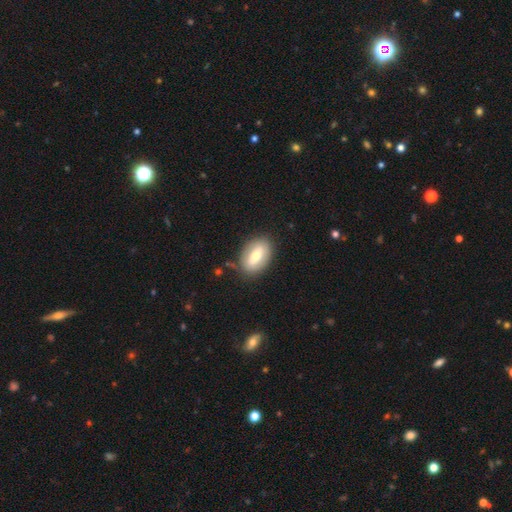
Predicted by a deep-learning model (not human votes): Morphology: type=smooth (61%); roundness=in between (87%); merging=none (81%).